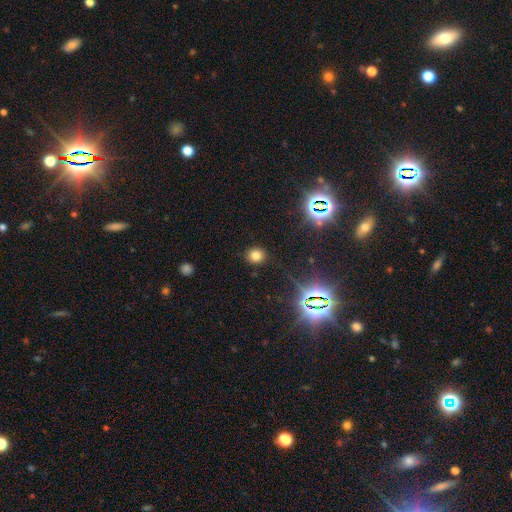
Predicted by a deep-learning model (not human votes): The model was most divided on "smooth or featured": smooth: 73%, star or artifact: 20%, featured or disk: 7%. More confident: merging — none (89%); how rounded — round (87%).